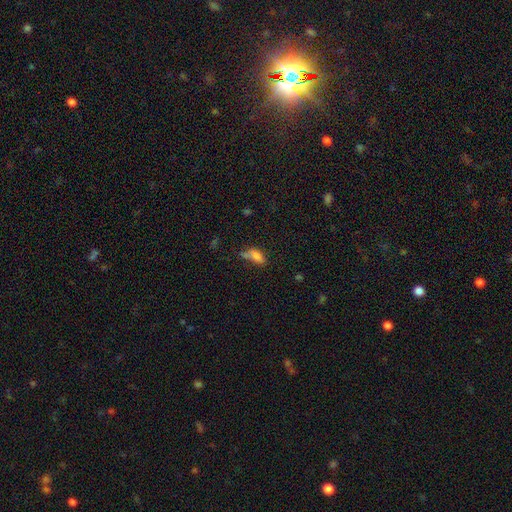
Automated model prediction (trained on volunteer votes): This appears to be a smooth galaxy with no disk features (78%) that is in between round and cigar-shaped (84%). Merging: none (36%).